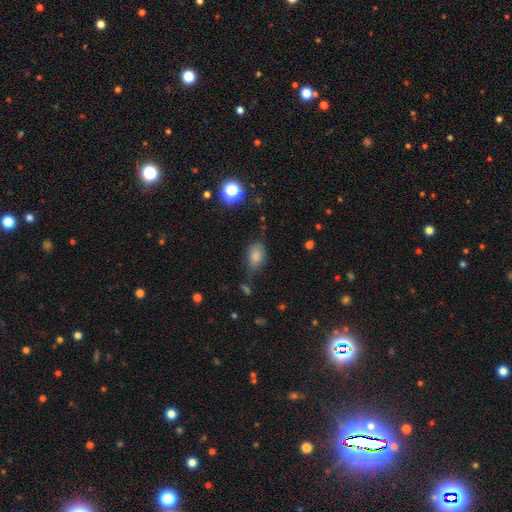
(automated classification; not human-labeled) This is likely a smooth galaxy (80%). How rounded: clearly in between (84%). Merging: possibly none (59%).